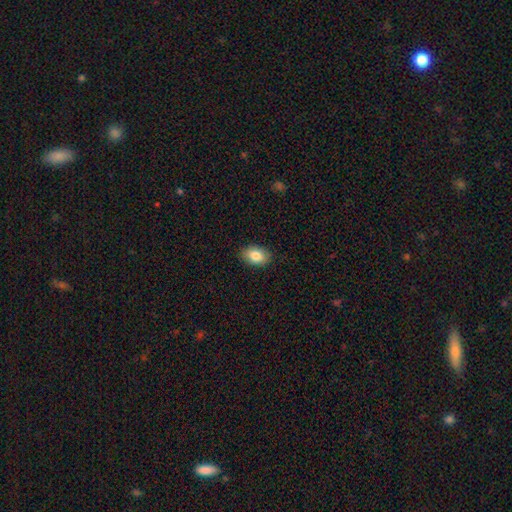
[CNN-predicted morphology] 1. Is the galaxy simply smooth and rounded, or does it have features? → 84% smooth, 9% featured or disk, 8% star or artifact.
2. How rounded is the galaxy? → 86% in between, 13% round, 1% cigar-shaped.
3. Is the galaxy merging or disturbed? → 89% none, 8% minor disturbance, 2% major disturbance, 1% merger.